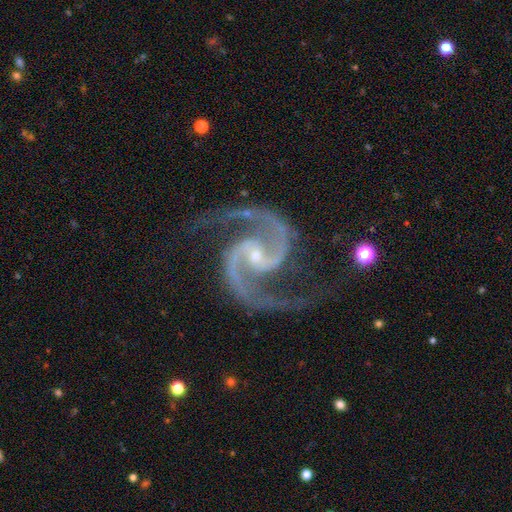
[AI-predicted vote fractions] Overall: featured or disk (95%). Edge-on disk: no (98%). Bar: no (48%; weak 34%). Spiral arms: yes (99%). Spiral arm count: 2 (95%). Spiral winding: medium (72%). Bulge size: small (77%). Merging: none (76%).